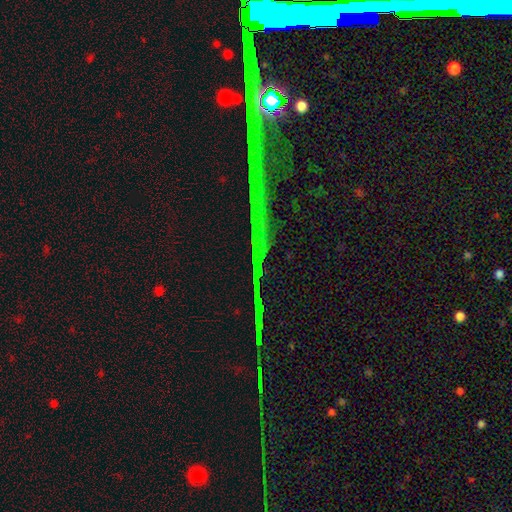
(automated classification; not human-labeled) Q: Smooth or featured?
A: star or artifact (81%); runner-up: featured or disk (11%)